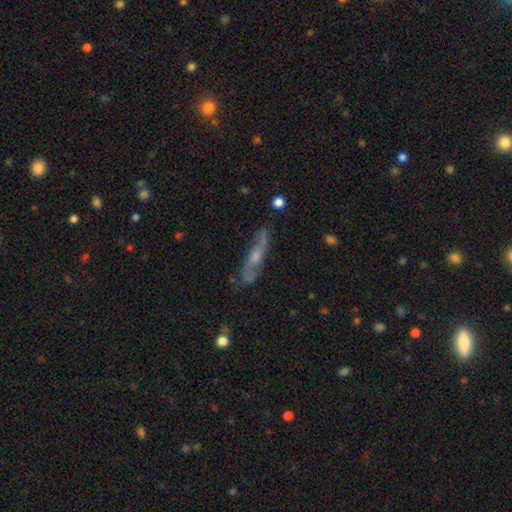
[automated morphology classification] smooth_or_featured: featured or disk (p=0.68) [alt: smooth p=0.25]
disk_edge_on: no (p=0.57) [alt: yes p=0.43]
merging: none (p=0.73) [alt: minor disturbance p=0.18]